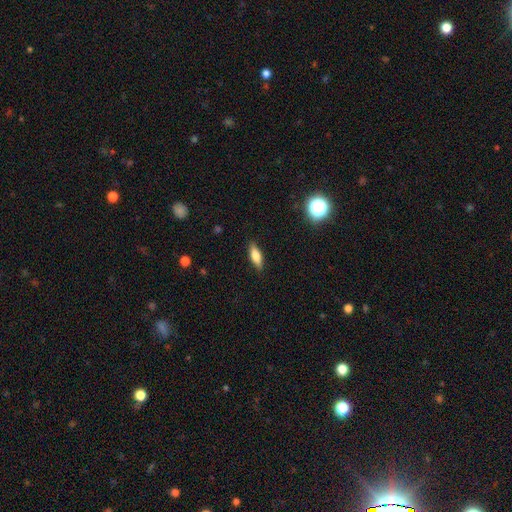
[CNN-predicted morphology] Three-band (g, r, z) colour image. It shows a smooth galaxy with no disk features (72%) that is in between round and cigar-shaped (57%). Merging: none (86%).